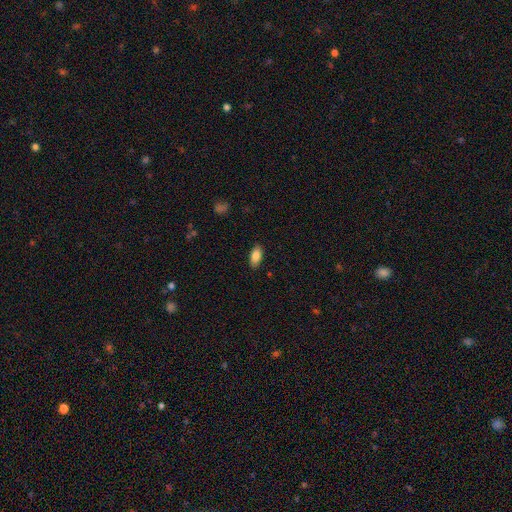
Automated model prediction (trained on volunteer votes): Smooth or featured: smooth — 85% (featured or disk — 8%)
How rounded: in between — 89% (cigar-shaped — 8%)
Merging: none — 87% (minor disturbance — 10%)